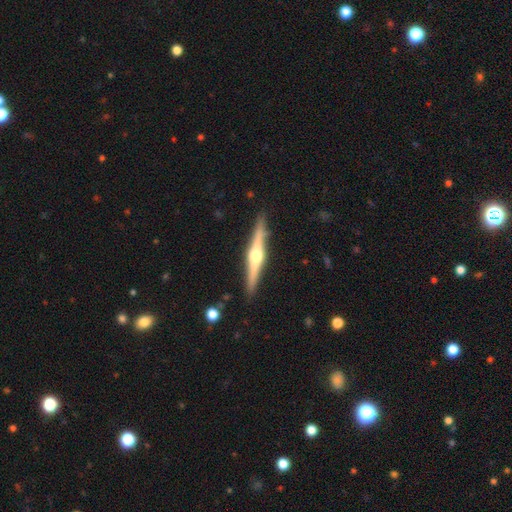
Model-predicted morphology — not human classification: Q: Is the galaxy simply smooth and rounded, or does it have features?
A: featured or disk — 77%.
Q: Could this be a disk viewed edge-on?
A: yes — 98%.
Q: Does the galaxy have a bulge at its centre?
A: rounded — 93%.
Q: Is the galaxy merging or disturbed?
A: none — 90%.